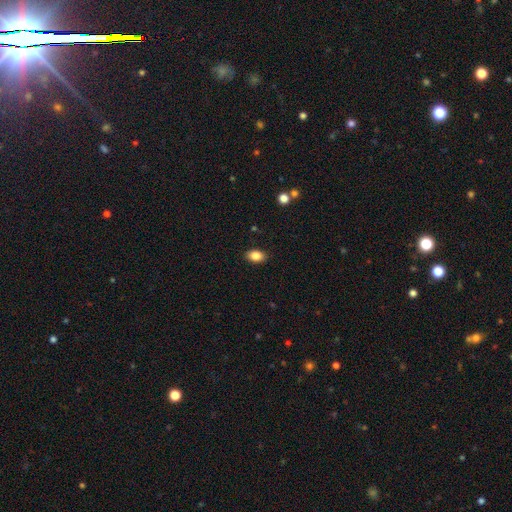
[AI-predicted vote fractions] Smooth or featured: smooth — 86% (star or artifact — 8%)
How rounded: in between — 87% (round — 11%)
Merging: none — 88% (minor disturbance — 9%)